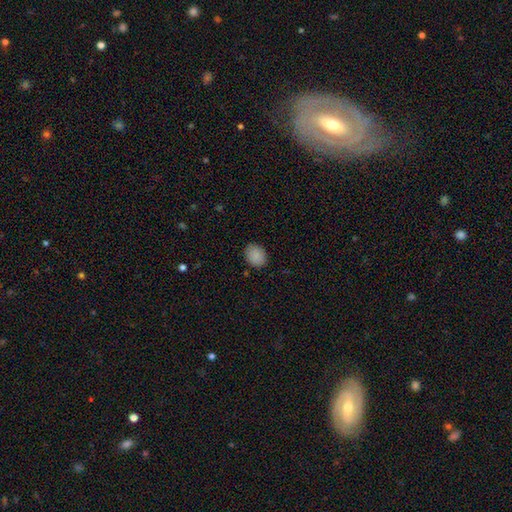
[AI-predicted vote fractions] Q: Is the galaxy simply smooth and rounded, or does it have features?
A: smooth — 88%.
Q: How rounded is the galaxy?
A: in between — 56%.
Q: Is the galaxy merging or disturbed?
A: none — 86%.